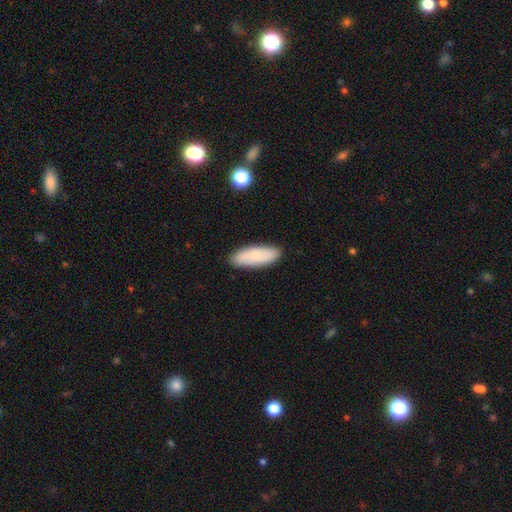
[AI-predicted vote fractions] smooth_or_featured: smooth (p=0.80) [alt: featured or disk p=0.14]
how_rounded: in between (p=0.67) [alt: cigar-shaped p=0.31]
merging: none (p=0.88) [alt: minor disturbance p=0.09]